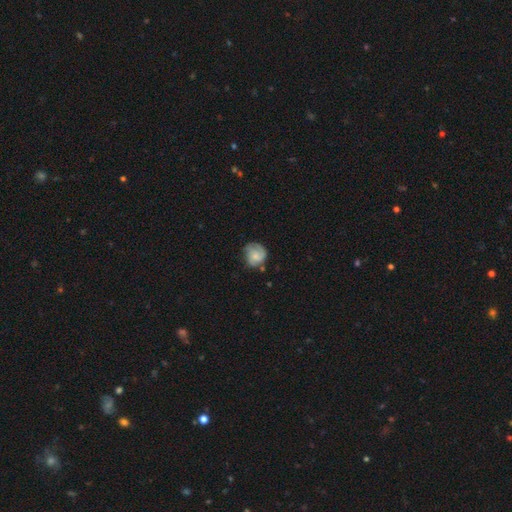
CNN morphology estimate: Smooth or featured? Predicted: featured or disk (p=0.49). Merging? Predicted: none (p=0.57).